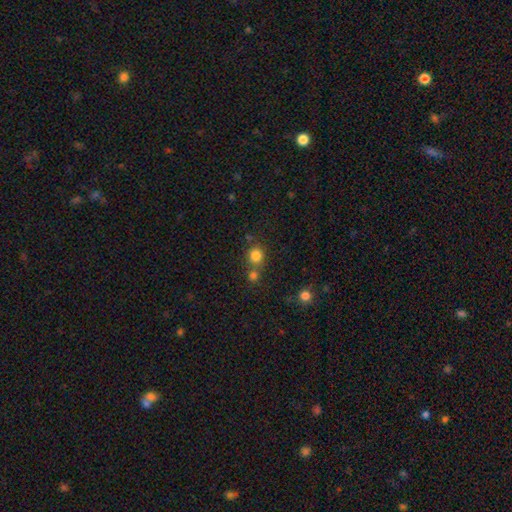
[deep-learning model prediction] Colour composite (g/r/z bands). It shows a smooth galaxy with no disk features (81%) that is round (87%). Merging: none (61%).